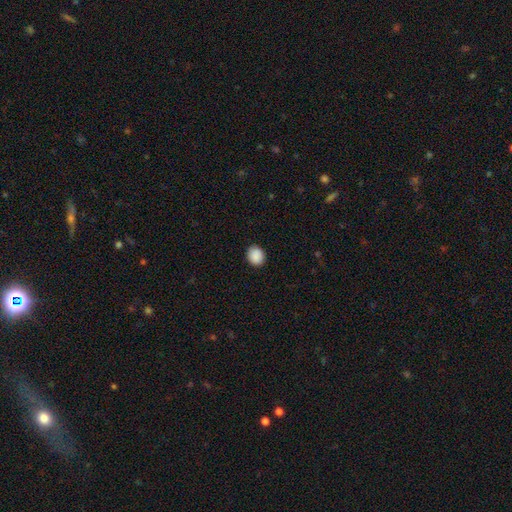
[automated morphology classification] Smooth or featured?
  - smooth: 90% *
  - star or artifact: 8%
  - featured or disk: 2%
How rounded?
  - round: 67% *
  - in between: 32%
  - cigar-shaped: 1%
Merging?
  - none: 90% *
  - minor disturbance: 7%
  - major disturbance: 2%
  - merger: 1%